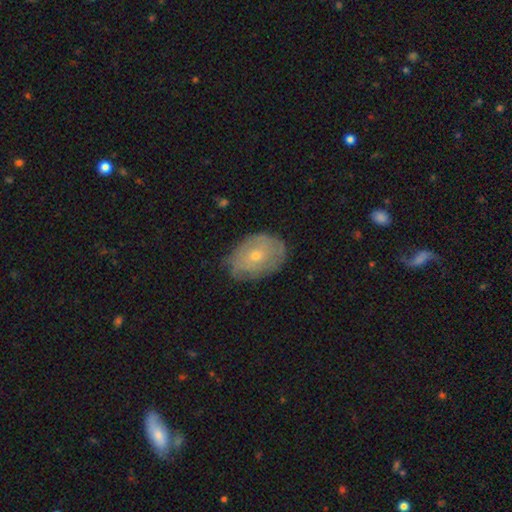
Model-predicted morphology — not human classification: Smooth or featured? Predicted: featured or disk (p=0.51). Edge-on disk? Predicted: no (p=0.94). Merging? Predicted: none (p=0.66).